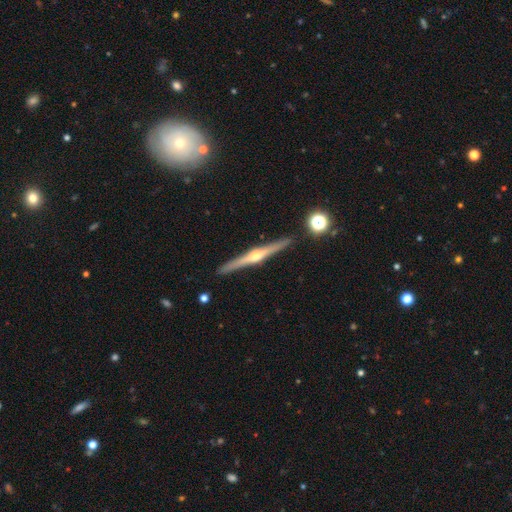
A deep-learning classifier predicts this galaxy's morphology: Overall: featured or disk (81%). Edge-on disk: yes (98%). Edge-on bulge: rounded (93%). Merging: none (91%).